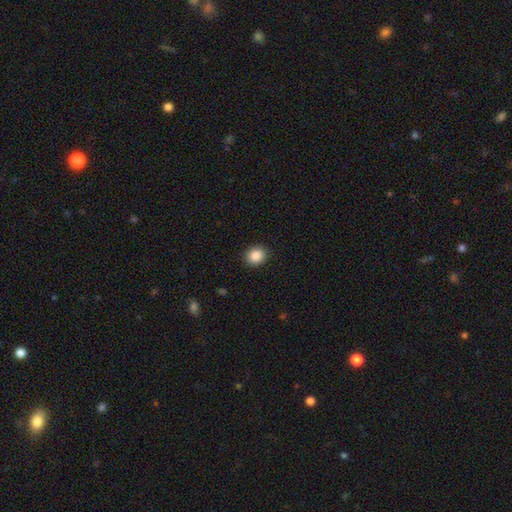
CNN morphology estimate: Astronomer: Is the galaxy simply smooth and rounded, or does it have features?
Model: smooth — 88%.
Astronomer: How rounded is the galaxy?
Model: round — 69%.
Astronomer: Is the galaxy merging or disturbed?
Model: none — 90%.